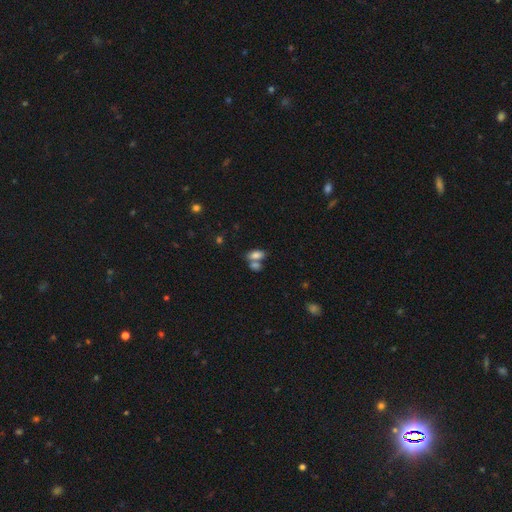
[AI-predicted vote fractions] Smooth or featured?
  - smooth: 79% *
  - featured or disk: 11%
  - star or artifact: 10%
How rounded?
  - in between: 89% *
  - round: 6%
  - cigar-shaped: 5%
Merging?
  - merger: 45% *
  - none: 40%
  - minor disturbance: 10%
  - major disturbance: 4%